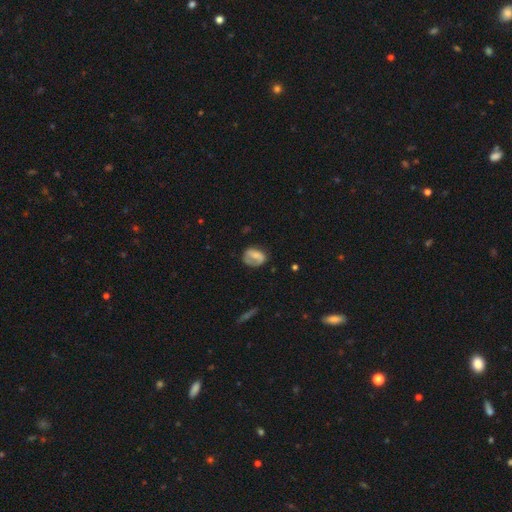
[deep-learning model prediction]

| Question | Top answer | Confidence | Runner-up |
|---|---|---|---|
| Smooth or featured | smooth | 62% | featured or disk (30%) |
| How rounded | in between | 65% | round (33%) |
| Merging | none | 50% | minor disturbance (29%) |